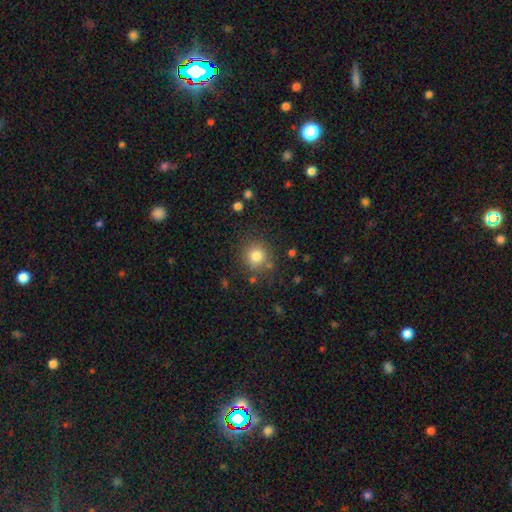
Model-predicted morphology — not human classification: smooth 81%, star or artifact 12%, featured or disk 7%. Down the decision tree: how rounded — round (89%); merging — none (81%).